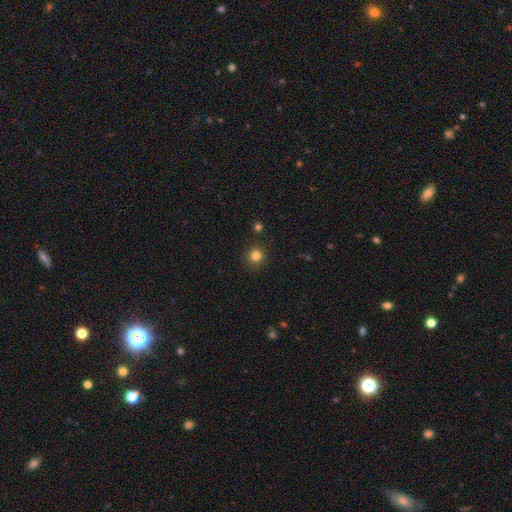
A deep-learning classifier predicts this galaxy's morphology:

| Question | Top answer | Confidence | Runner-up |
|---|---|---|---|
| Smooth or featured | smooth | 82% | star or artifact (13%) |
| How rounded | round | 93% | in between (6%) |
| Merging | none | 90% | minor disturbance (6%) |